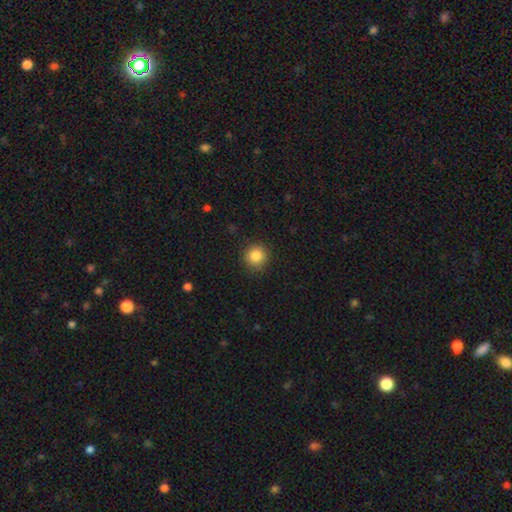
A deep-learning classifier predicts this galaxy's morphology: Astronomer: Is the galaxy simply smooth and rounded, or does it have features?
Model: smooth — 86%.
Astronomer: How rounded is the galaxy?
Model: round — 93%.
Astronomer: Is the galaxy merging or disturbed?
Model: none — 88%.